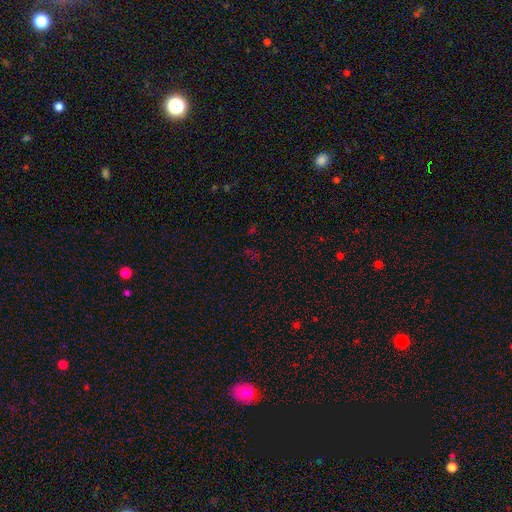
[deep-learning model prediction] Smooth or featured? Predicted: star or artifact (p=0.62).